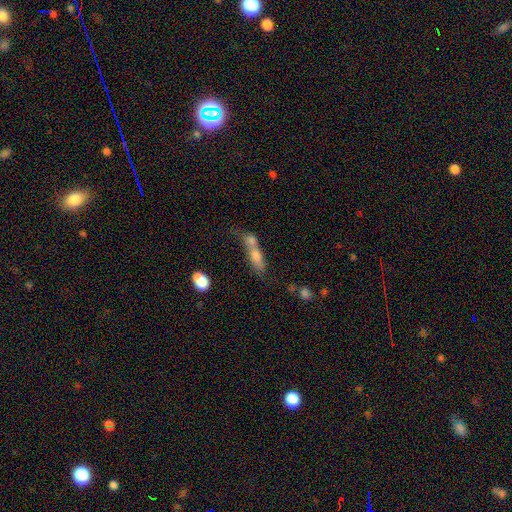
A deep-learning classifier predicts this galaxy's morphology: Q: Smooth or featured?
A: smooth (66%); runner-up: featured or disk (24%)
Q: How rounded?
A: in between (52%); runner-up: cigar-shaped (39%)
Q: Merging?
A: merger (61%); runner-up: none (21%)